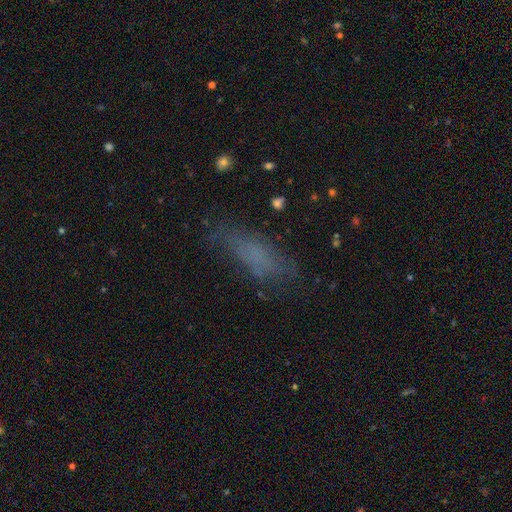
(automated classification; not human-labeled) Q: Smooth or featured?
A: smooth (62%); runner-up: featured or disk (23%)
Q: How rounded?
A: in between (53%); runner-up: cigar-shaped (44%)
Q: Merging?
A: none (62%); runner-up: minor disturbance (22%)